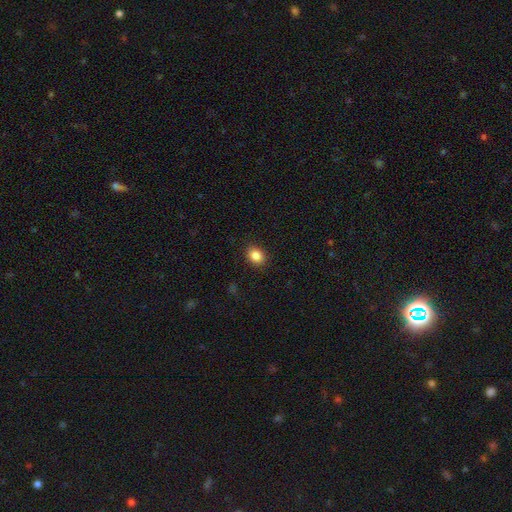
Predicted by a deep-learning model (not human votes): A smooth galaxy with no disk features (86%) that is in between round and cigar-shaped (54%).

Vote fractions:
- Smooth or featured? smooth: 86% / star or artifact: 9% / featured or disk: 5%
- How rounded? in between: 54% / round: 45% / cigar-shaped: 1%
- Merging? none: 90% / minor disturbance: 7% / major disturbance: 2% / merger: 1%